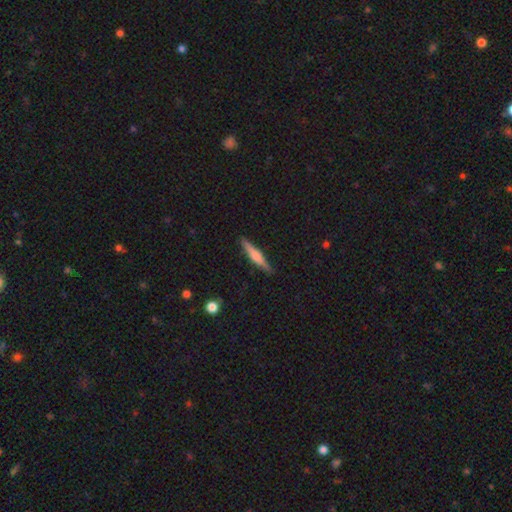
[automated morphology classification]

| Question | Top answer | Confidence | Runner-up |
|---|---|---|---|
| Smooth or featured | featured or disk | 53% | smooth (41%) |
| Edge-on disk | yes | 97% | no (3%) |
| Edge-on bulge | rounded | 65% | boxy (21%) |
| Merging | none | 89% | minor disturbance (8%) |